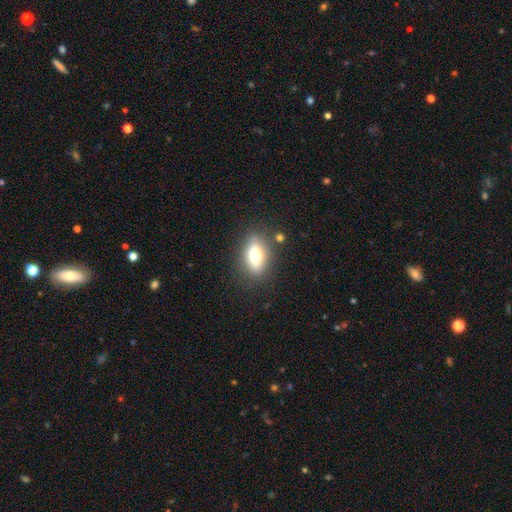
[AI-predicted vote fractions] Smooth or featured? smooth (69%)
How rounded? in between (78%)
Merging? none (82%)